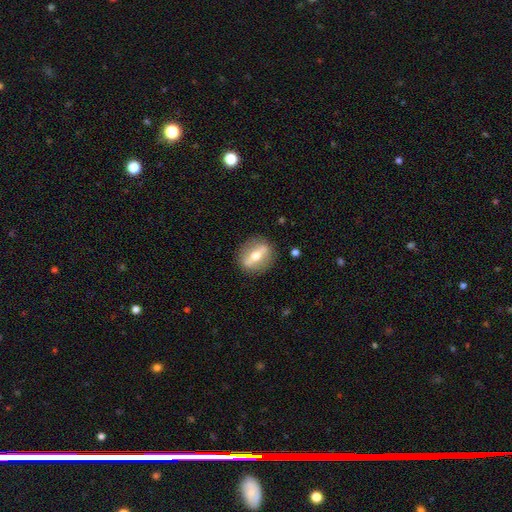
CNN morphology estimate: A featured or disk galaxy (62%).

Vote fractions:
- Smooth or featured? featured or disk: 62% / smooth: 31% / star or artifact: 7%
- Edge-on disk? no: 53% / yes: 47%
- Merging? none: 86% / minor disturbance: 9% / major disturbance: 3% / merger: 1%